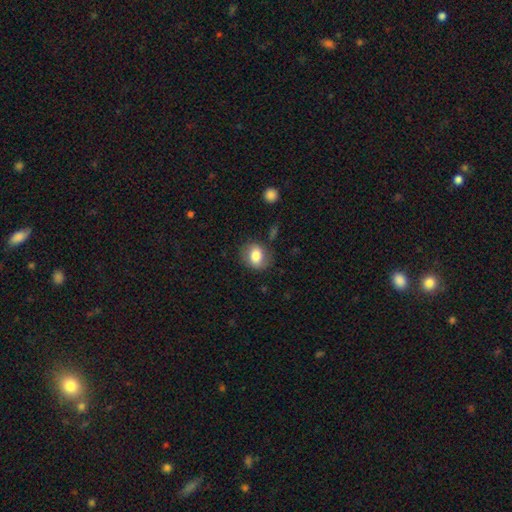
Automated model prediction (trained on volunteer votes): smooth-or-featured: smooth: 79% | featured or disk: 14% | star or artifact: 8%
  how-rounded: in between: 50% | round: 49% | cigar-shaped: 1%
  merging: none: 75% | minor disturbance: 17% | major disturbance: 6% | merger: 2%